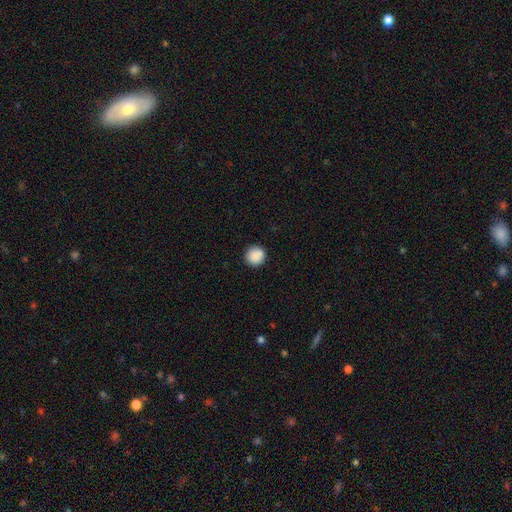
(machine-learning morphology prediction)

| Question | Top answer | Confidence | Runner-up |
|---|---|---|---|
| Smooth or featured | smooth | 88% | star or artifact (8%) |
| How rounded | round | 94% | in between (5%) |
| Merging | none | 90% | minor disturbance (7%) |